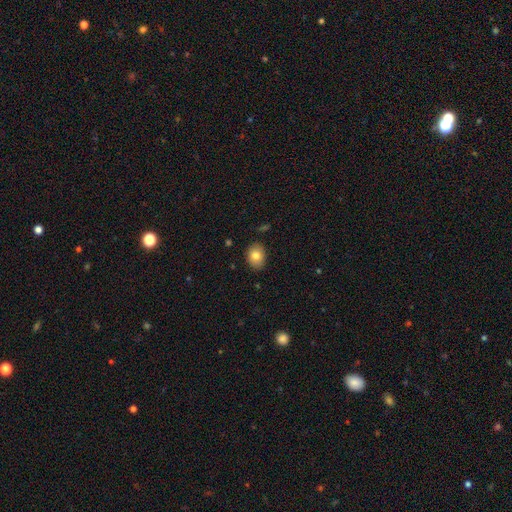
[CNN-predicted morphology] Smooth or featured?
  - smooth: 80% *
  - featured or disk: 11%
  - star or artifact: 9%
How rounded?
  - in between: 60% *
  - round: 39%
  - cigar-shaped: 1%
Merging?
  - none: 86% *
  - minor disturbance: 11%
  - major disturbance: 2%
  - merger: 1%